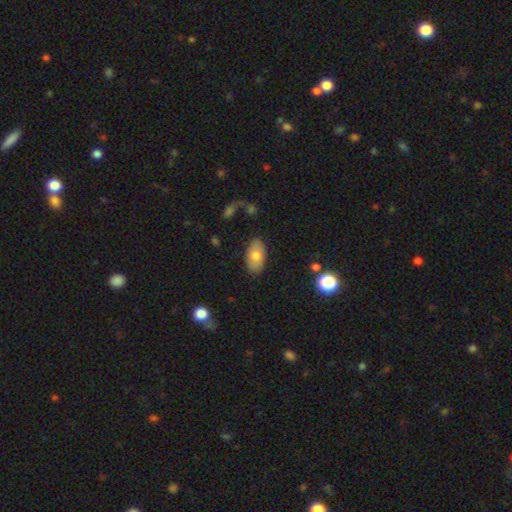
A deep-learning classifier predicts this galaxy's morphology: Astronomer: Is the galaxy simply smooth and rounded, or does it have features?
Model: smooth — 75%.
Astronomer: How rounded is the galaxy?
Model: in between — 93%.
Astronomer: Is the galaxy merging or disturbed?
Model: none — 83%.